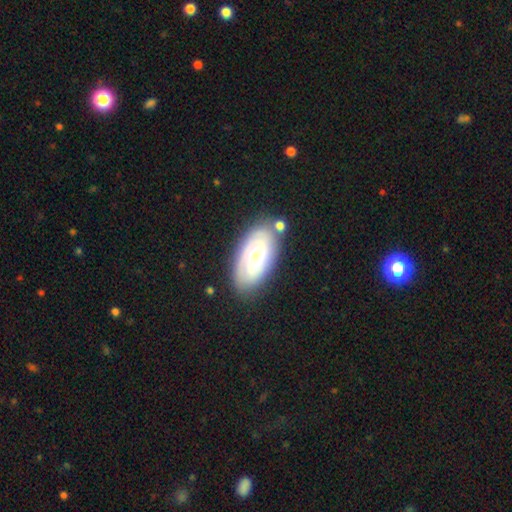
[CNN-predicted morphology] Smooth or featured: featured or disk — 68% (smooth — 26%)
Edge-on disk: no — 91% (yes — 9%)
Bar: no — 65% (weak — 27%)
Spiral arms: yes — 78% (no — 22%)
Bulge size: moderate — 61% (large — 29%)
Merging: none — 75% (minor disturbance — 16%)